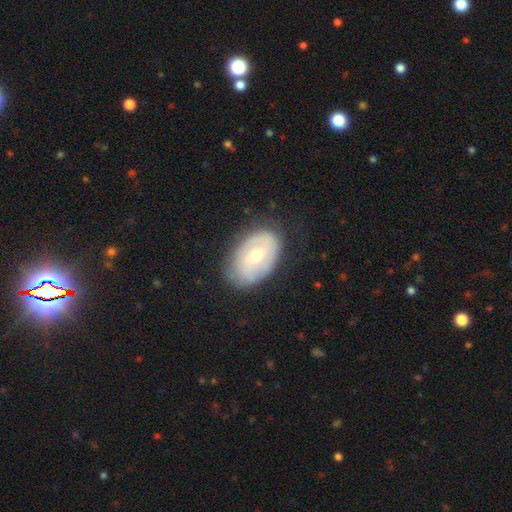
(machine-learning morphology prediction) Q: Smooth or featured?
A: featured or disk (51%); runner-up: smooth (42%)
Q: Edge-on disk?
A: no (93%); runner-up: yes (7%)
Q: Merging?
A: none (77%); runner-up: minor disturbance (17%)